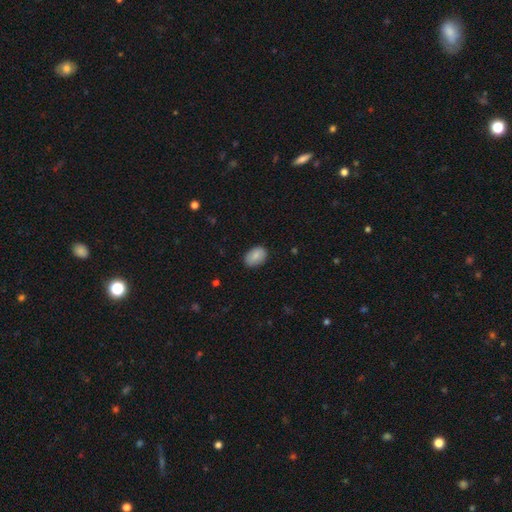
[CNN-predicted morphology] type=smooth (84%); roundness=in between (86%); merging=none (85%).